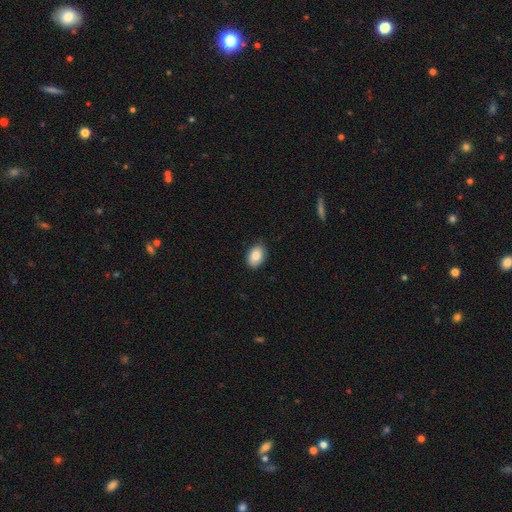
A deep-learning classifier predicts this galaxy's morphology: Smooth or featured: smooth — 87% (star or artifact — 7%)
How rounded: in between — 84% (round — 15%)
Merging: none — 85% (minor disturbance — 12%)